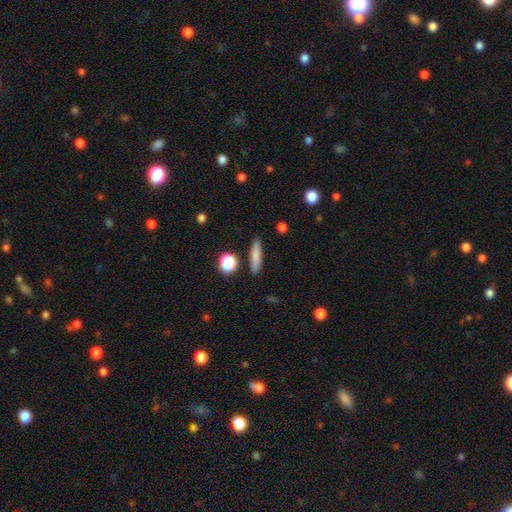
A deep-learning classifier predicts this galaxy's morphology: Overall: smooth (79%). How rounded: cigar-shaped (84%). Merging: none (88%).